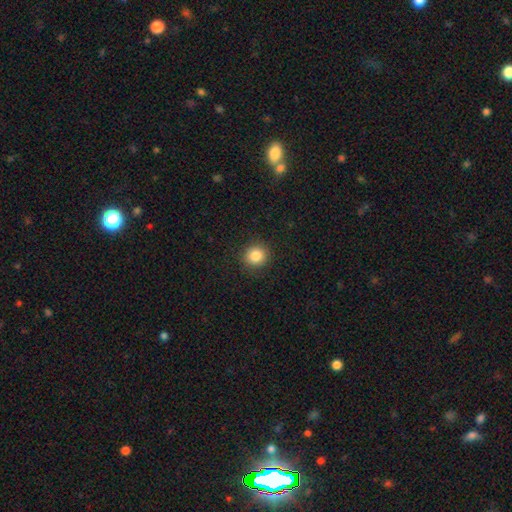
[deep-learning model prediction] A smooth galaxy with no disk features (85%) that is round (92%).

Vote fractions:
- Smooth or featured? smooth: 85% / star or artifact: 10% / featured or disk: 5%
- How rounded? round: 92% / in between: 8% / cigar-shaped: 1%
- Merging? none: 91% / minor disturbance: 6% / major disturbance: 2% / merger: 1%